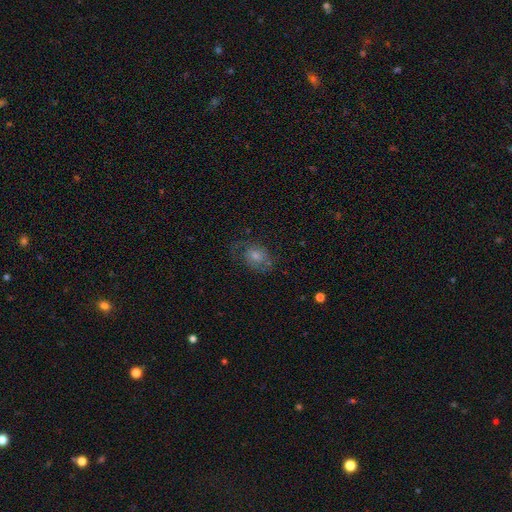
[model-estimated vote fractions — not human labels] Overall: featured or disk (55%; smooth 29%). Edge-on disk: no (96%). Bar: no (70%). Spiral arms: yes (83%). Bulge size: moderate (47%; small 37%). Merging: none (67%).